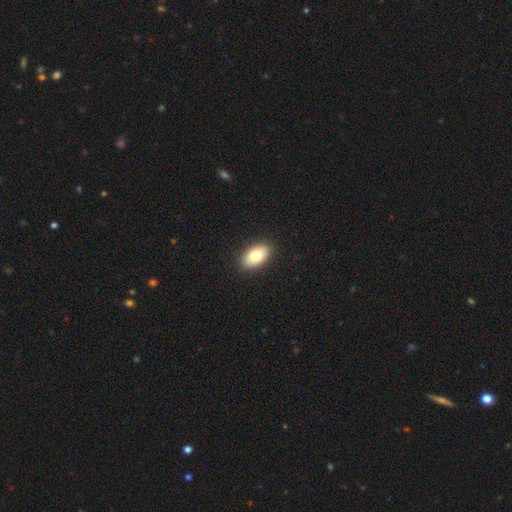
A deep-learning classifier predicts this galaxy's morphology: smooth 79%, featured or disk 14%, star or artifact 7%. Down the decision tree: how rounded — in between (93%); merging — none (90%).